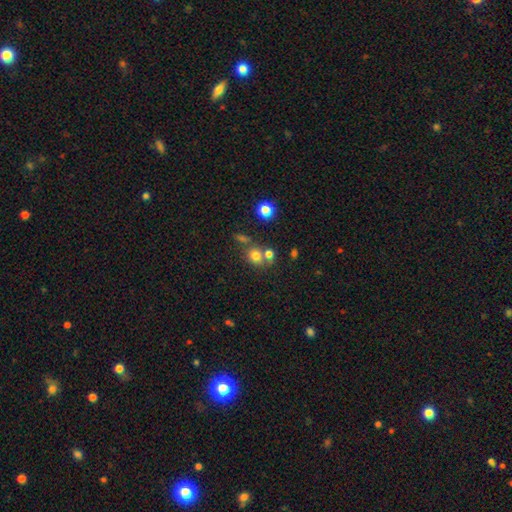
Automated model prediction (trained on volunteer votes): This appears to be a smooth galaxy with no disk features (73%) that is round (71%). Merging: none (52%).